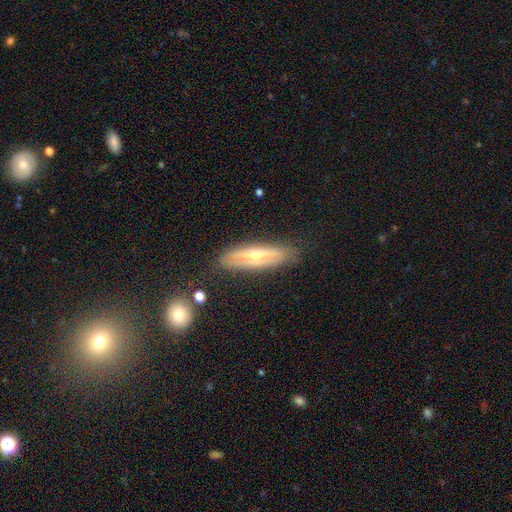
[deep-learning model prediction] This appears to be a featured or disk galaxy (60%) viewed edge-on (71%). Merging: none (80%).